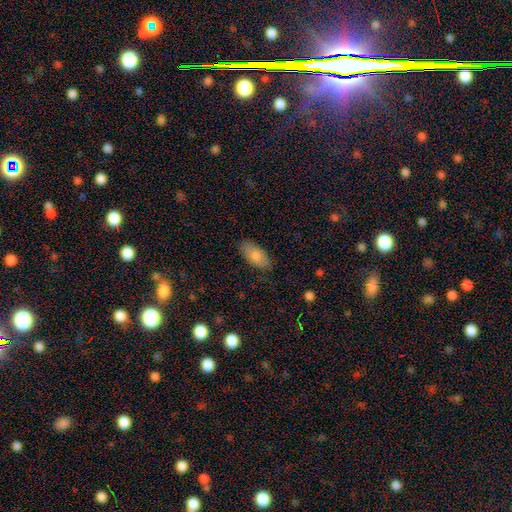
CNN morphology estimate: This is clearly a smooth galaxy (81%). How rounded: clearly in between (91%). Merging: clearly none (82%).